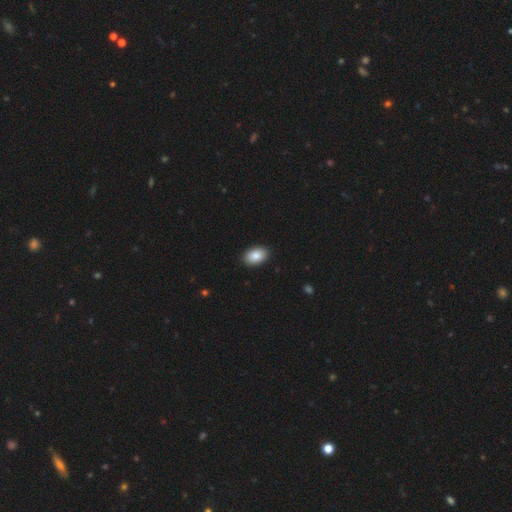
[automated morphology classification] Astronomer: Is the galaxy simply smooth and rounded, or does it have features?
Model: smooth — 87%.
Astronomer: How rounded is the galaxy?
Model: in between — 89%.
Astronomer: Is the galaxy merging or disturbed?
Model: none — 91%.